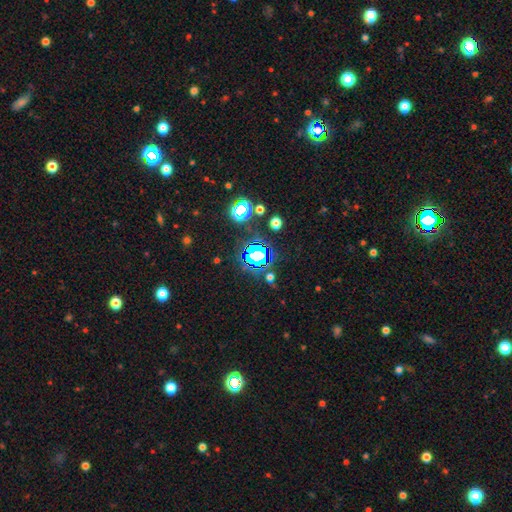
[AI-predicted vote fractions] Overall: star or artifact (69%).